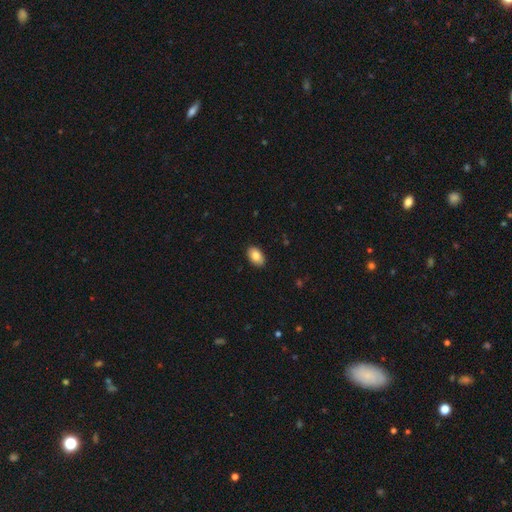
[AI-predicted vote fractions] Q: Smooth or featured?
A: smooth (82%); runner-up: featured or disk (10%)
Q: How rounded?
A: in between (91%); runner-up: round (8%)
Q: Merging?
A: none (89%); runner-up: minor disturbance (8%)